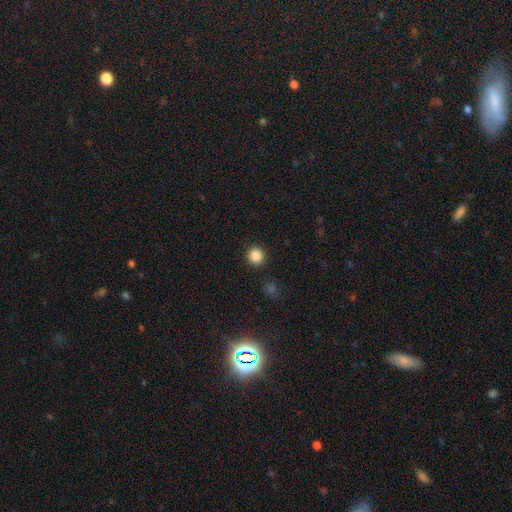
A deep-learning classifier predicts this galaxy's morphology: Smooth or featured? Predicted: smooth (p=0.86). How rounded? Predicted: round (p=0.93). Merging? Predicted: none (p=0.91).